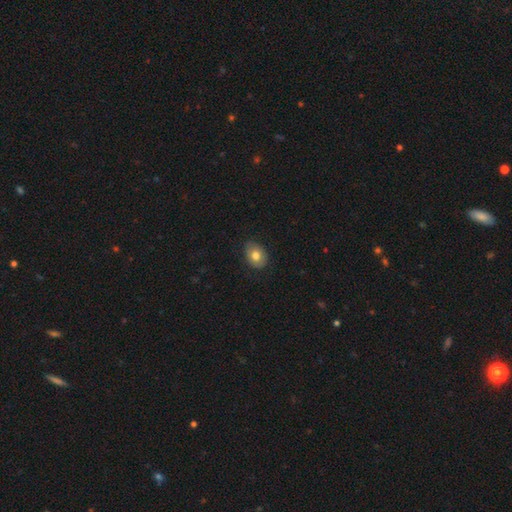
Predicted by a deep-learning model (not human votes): Smooth or featured? smooth (76%)
How rounded? in between (67%)
Merging? none (82%)